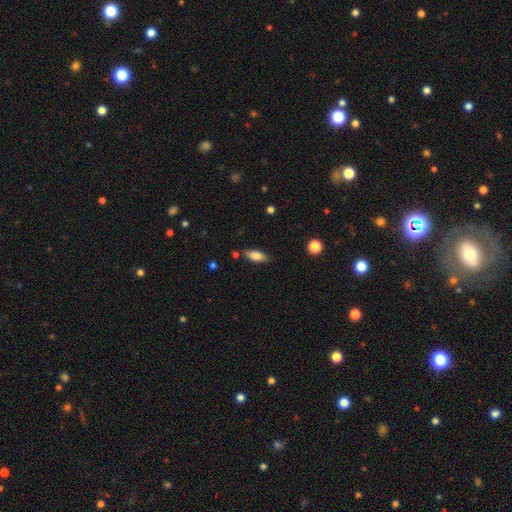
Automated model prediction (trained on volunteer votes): This appears to be a smooth galaxy with no disk features (76%) that is in between round and cigar-shaped (78%). Merging: none (80%).